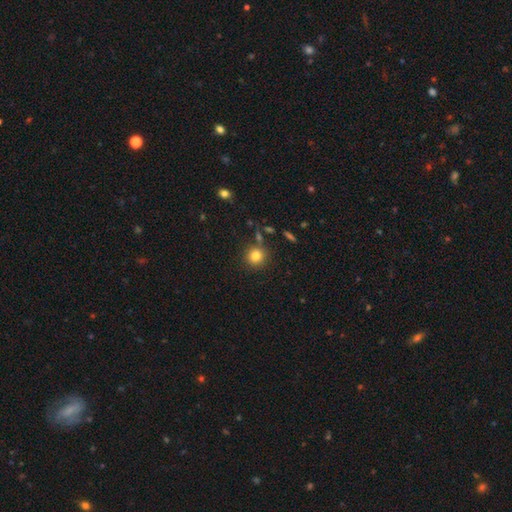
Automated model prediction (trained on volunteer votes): smooth_or_featured: smooth (p=0.81) [alt: star or artifact p=0.12]
how_rounded: round (p=0.92) [alt: in between p=0.07]
merging: none (p=0.82) [alt: minor disturbance p=0.08]